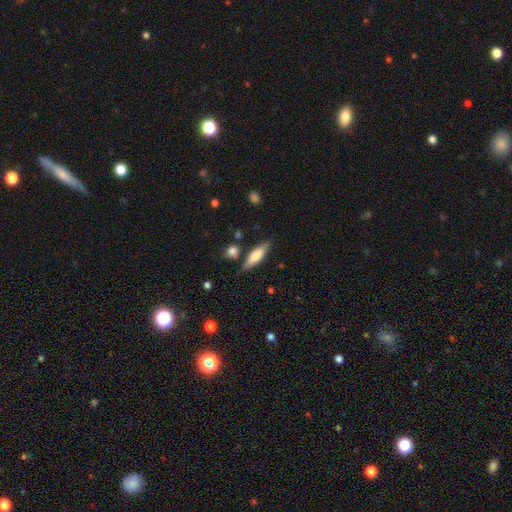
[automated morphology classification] Smooth or featured?
  - smooth: 67% *
  - featured or disk: 26%
  - star or artifact: 6%
How rounded?
  - cigar-shaped: 58% *
  - in between: 40%
  - round: 2%
Merging?
  - none: 80% *
  - minor disturbance: 13%
  - merger: 5%
  - major disturbance: 3%